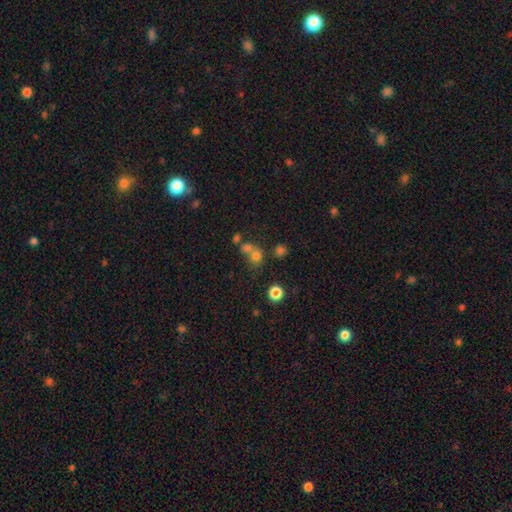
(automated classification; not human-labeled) Smooth or featured? Predicted: smooth (p=0.68). How rounded? Predicted: round (p=0.79). Merging? Predicted: merger (p=0.45).